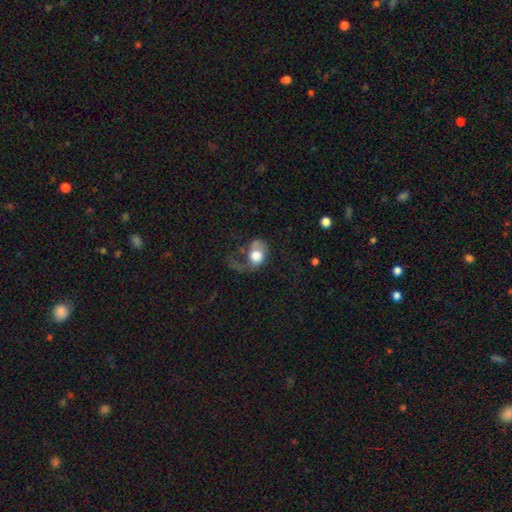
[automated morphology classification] Overall: smooth (52%; featured or disk 39%). How rounded: round (53%; in between 46%). Merging: major disturbance (60%).